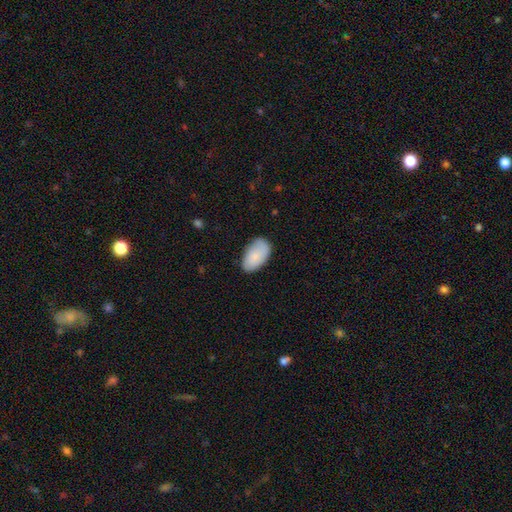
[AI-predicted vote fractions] smooth-or-featured: smooth: 85% | featured or disk: 9% | star or artifact: 6%
  how-rounded: in between: 95% | round: 3% | cigar-shaped: 1%
  merging: none: 76% | minor disturbance: 19% | major disturbance: 4% | merger: 1%